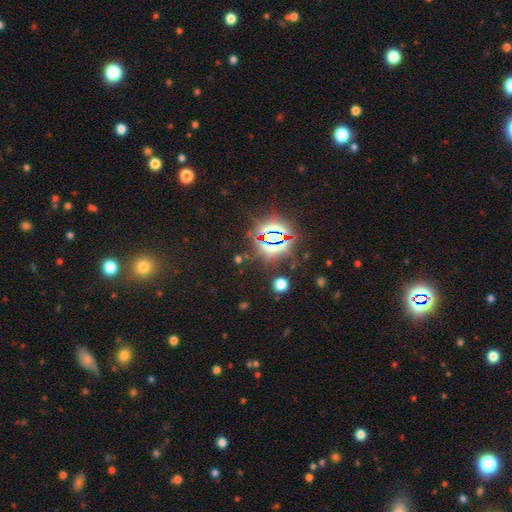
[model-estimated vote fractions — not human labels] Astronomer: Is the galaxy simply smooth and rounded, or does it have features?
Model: star or artifact — 80%.